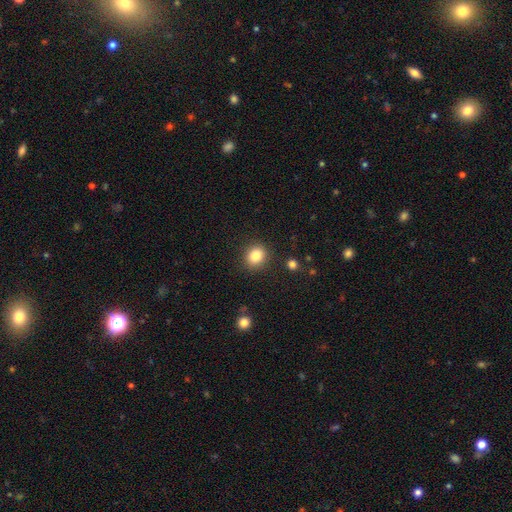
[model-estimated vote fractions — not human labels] Overall: smooth (84%). How rounded: round (69%; in between 30%). Merging: none (88%).